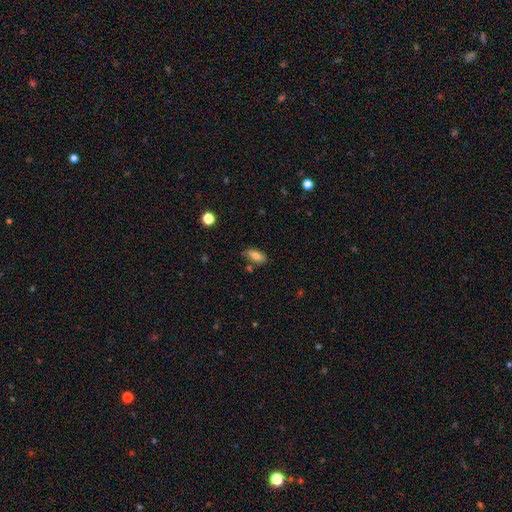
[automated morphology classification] smooth-or-featured: smooth: 75% | featured or disk: 16% | star or artifact: 9%
  how-rounded: in between: 82% | cigar-shaped: 14% | round: 4%
  merging: none: 74% | minor disturbance: 17% | merger: 6% | major disturbance: 4%